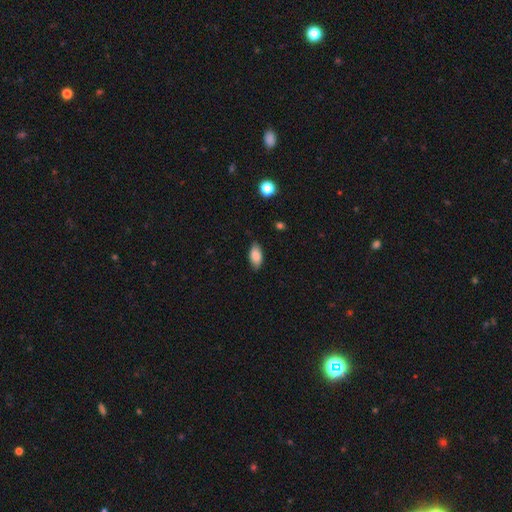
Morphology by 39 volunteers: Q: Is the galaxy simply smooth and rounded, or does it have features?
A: smooth — 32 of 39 (82%).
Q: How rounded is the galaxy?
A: in between — 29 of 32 (91%).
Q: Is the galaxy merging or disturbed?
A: none — 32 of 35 (91%).